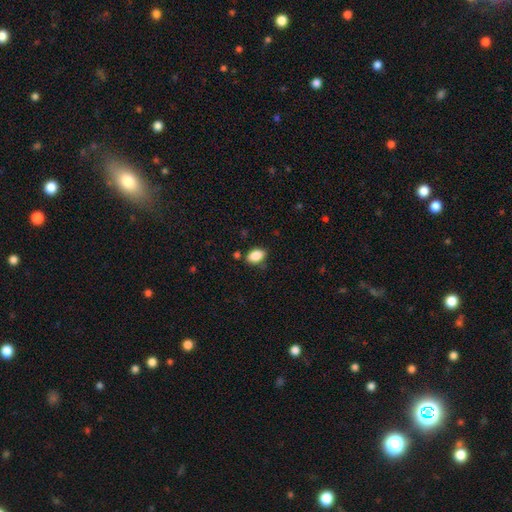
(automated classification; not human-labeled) smooth_or_featured: smooth (p=0.87) [alt: star or artifact p=0.08]
how_rounded: in between (p=0.89) [alt: round p=0.09]
merging: none (p=0.79) [alt: minor disturbance p=0.14]